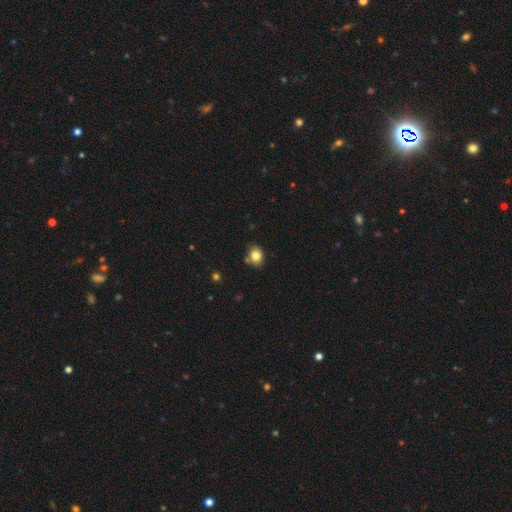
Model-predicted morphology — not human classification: Smooth or featured? smooth (83%)
How rounded? round (52%)
Merging? none (76%)